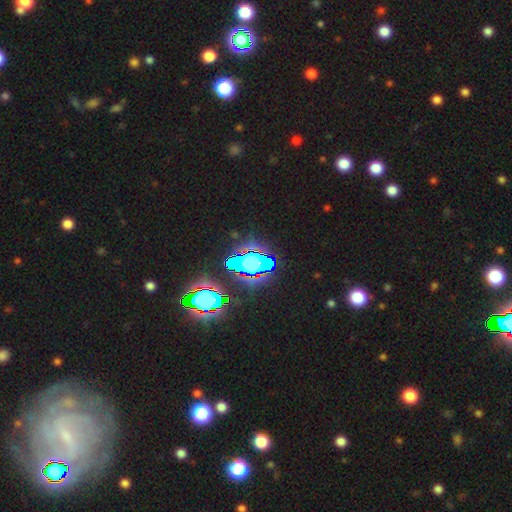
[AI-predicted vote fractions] A star or artifact, not a galaxy (77%).

Vote fractions:
- Smooth or featured? star or artifact: 77% / smooth: 14% / featured or disk: 10%